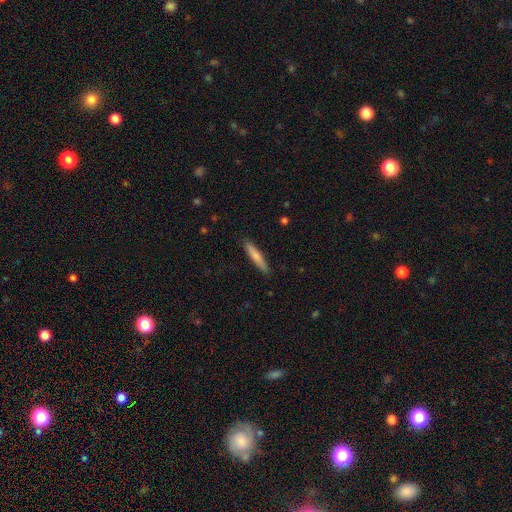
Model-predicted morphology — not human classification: This is likely a smooth galaxy (75%). How rounded: clearly cigar-shaped (91%). Merging: clearly none (89%).